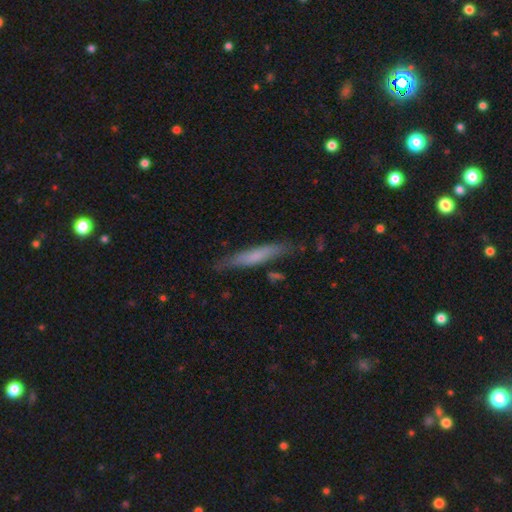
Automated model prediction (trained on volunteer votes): A smooth galaxy with no disk features (63%) that is cigar-shaped (92%).

Vote fractions:
- Smooth or featured? smooth: 63% / featured or disk: 31% / star or artifact: 6%
- How rounded? cigar-shaped: 92% / in between: 7% / round: 1%
- Merging? none: 79% / minor disturbance: 16% / major disturbance: 3% / merger: 3%